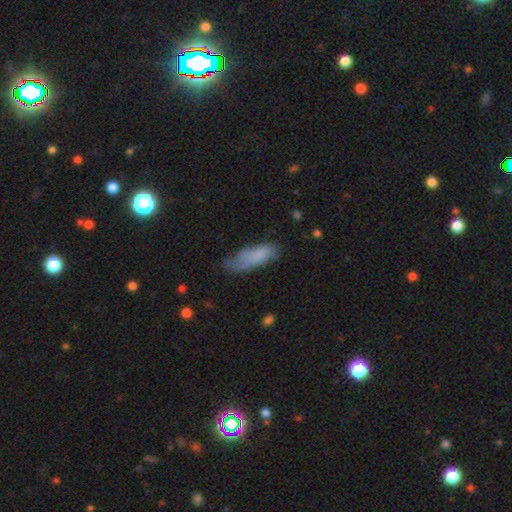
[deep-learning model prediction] The model was most divided on "merging": none: 45%, minor disturbance: 34%, major disturbance: 18%, merger: 3%. More confident: smooth or featured — smooth (67%); how rounded — in between (64%).